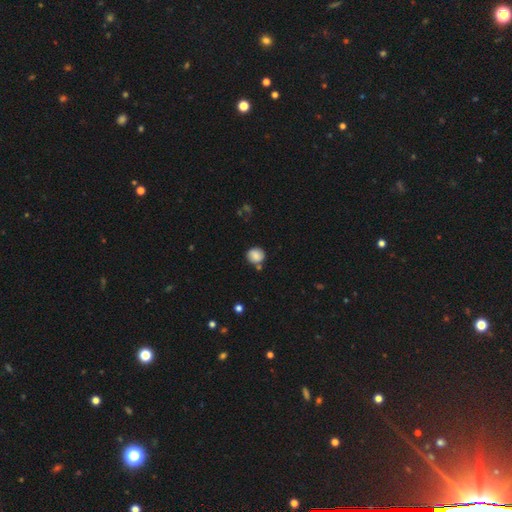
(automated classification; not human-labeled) Overall: smooth (81%). How rounded: round (84%). Merging: none (73%).